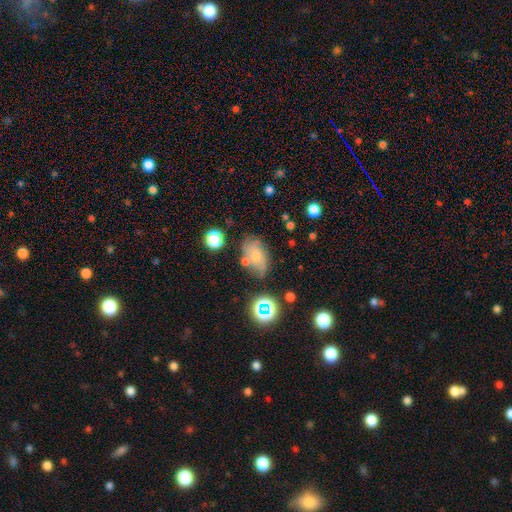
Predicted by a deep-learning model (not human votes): A smooth galaxy with no disk features (54%) that is in between round and cigar-shaped (85%).

Vote fractions:
- Smooth or featured? smooth: 54% / featured or disk: 30% / star or artifact: 16%
- How rounded? in between: 85% / round: 12% / cigar-shaped: 2%
- Merging? none: 57% / minor disturbance: 23% / merger: 11% / major disturbance: 9%